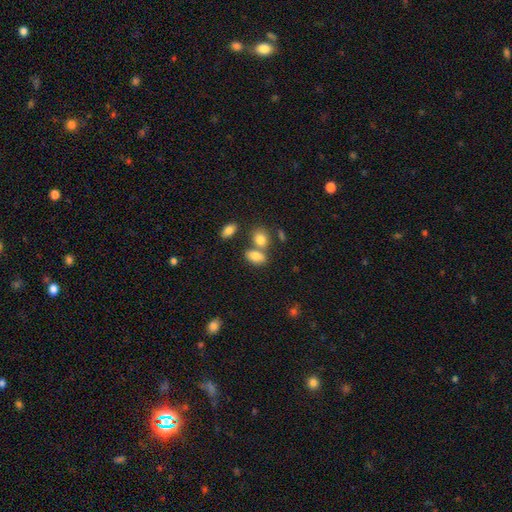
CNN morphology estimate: Overall: smooth (82%). How rounded: in between (86%). Merging: none (51%; merger 32%).